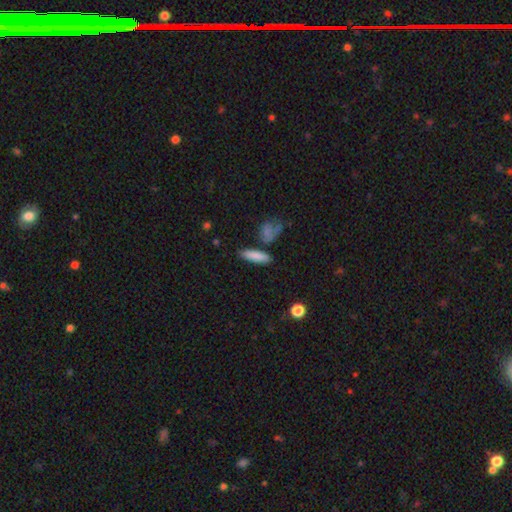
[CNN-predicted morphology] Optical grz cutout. It shows a smooth galaxy with no disk features (82%) that is cigar-shaped (64%). Merging: none (75%).